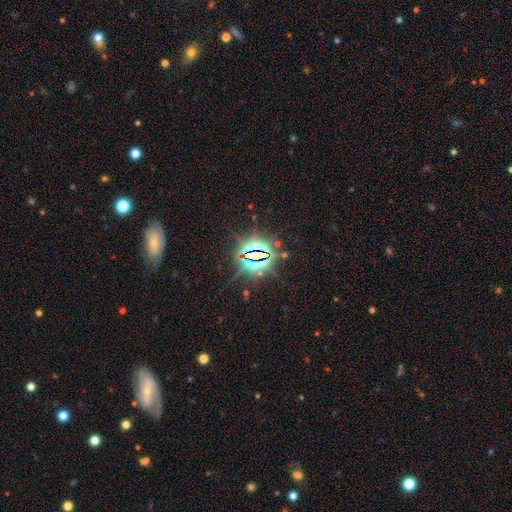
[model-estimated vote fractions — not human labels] Smooth or featured: star or artifact — 84% (smooth — 9%)